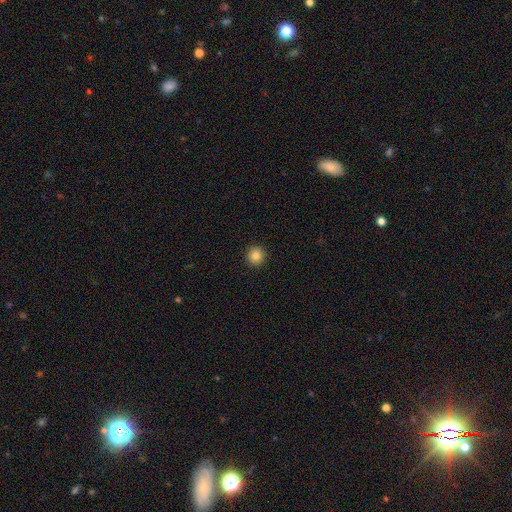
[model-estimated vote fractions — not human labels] The model was most divided on "smooth or featured": smooth: 83%, star or artifact: 11%, featured or disk: 6%. More confident: how rounded — round (95%); merging — none (93%).